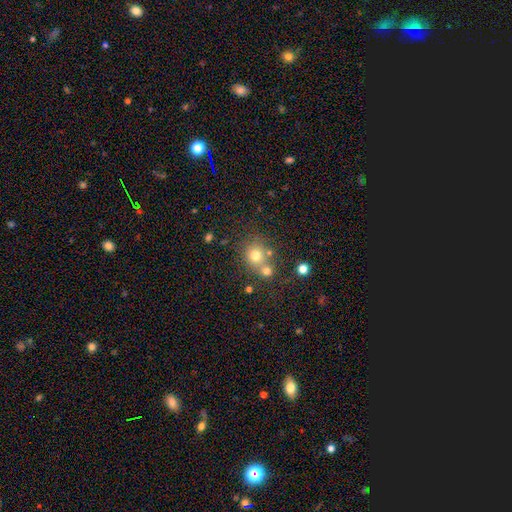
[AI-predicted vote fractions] A smooth galaxy with no disk features (71%) that is round (84%).

Vote fractions:
- Smooth or featured? smooth: 71% / star or artifact: 17% / featured or disk: 12%
- How rounded? round: 84% / in between: 15% / cigar-shaped: 1%
- Merging? none: 54% / merger: 33% / minor disturbance: 9% / major disturbance: 4%